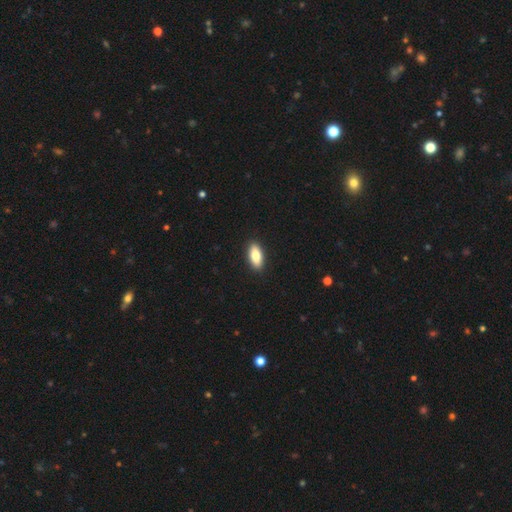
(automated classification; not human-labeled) A smooth galaxy with no disk features (81%) that is in between round and cigar-shaped (85%).

Vote fractions:
- Smooth or featured? smooth: 81% / featured or disk: 13% / star or artifact: 6%
- How rounded? in between: 85% / cigar-shaped: 12% / round: 3%
- Merging? none: 91% / minor disturbance: 6% / major disturbance: 2% / merger: 1%